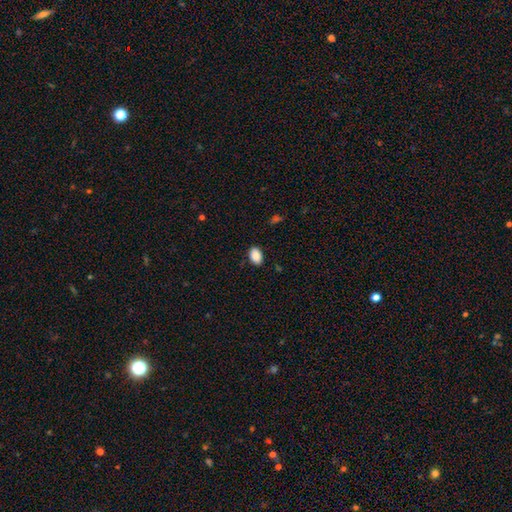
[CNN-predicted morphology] This appears to be a smooth galaxy with no disk features (89%) that is in between round and cigar-shaped (86%). Merging: none (87%).